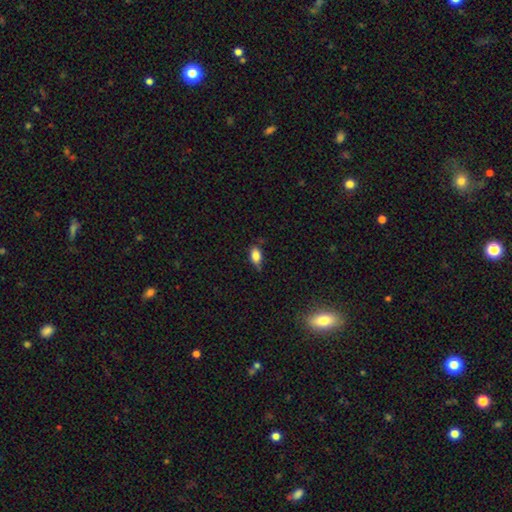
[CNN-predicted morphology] Q: Smooth or featured?
A: smooth (84%); runner-up: star or artifact (9%)
Q: How rounded?
A: in between (89%); runner-up: round (7%)
Q: Merging?
A: none (68%); runner-up: minor disturbance (26%)